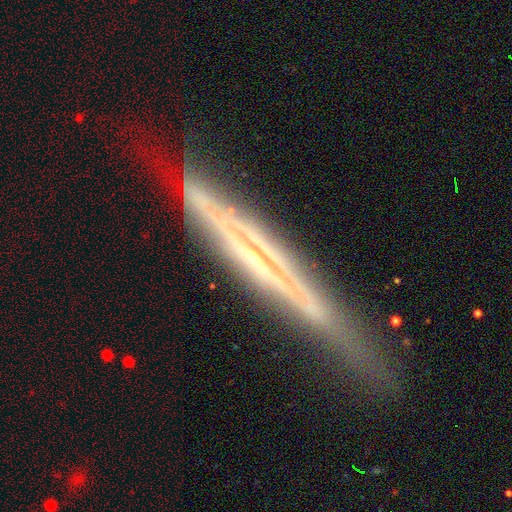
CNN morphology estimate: Smooth or featured? Predicted: featured or disk (p=0.80). Edge-on disk? Predicted: yes (p=0.87). Edge-on bulge? Predicted: none (p=0.60). Merging? Predicted: none (p=0.65).